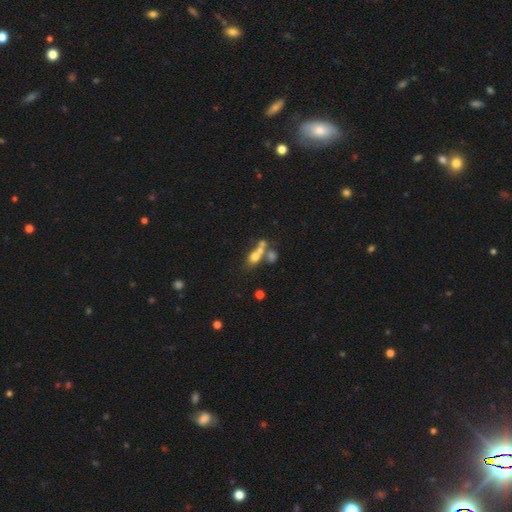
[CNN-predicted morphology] Q: Smooth or featured?
A: smooth (58%); runner-up: featured or disk (27%)
Q: How rounded?
A: in between (54%); runner-up: round (36%)
Q: Merging?
A: merger (50%); runner-up: none (30%)